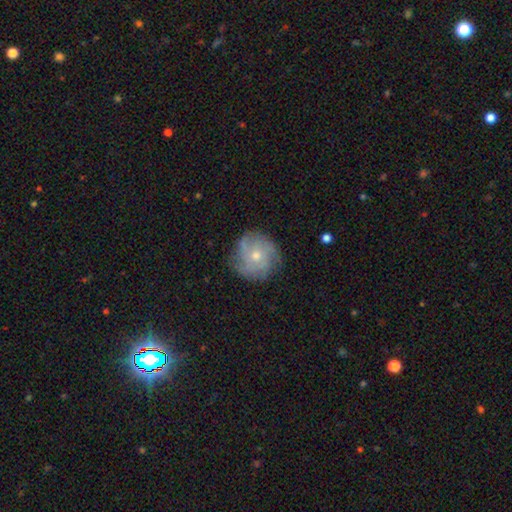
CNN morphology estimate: This appears to be a featured or disk galaxy (68%) with no bar (82%), tight (53%) spiral arms (88%) and a moderate central bulge (48%, tied with small). Merging: none (77%).